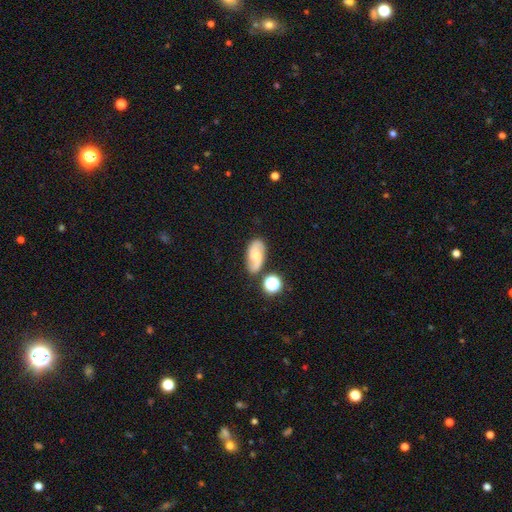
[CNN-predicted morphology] This appears to be a featured or disk galaxy (63%) with no bar (56%), 2 (89%) medium (44%) spiral arms (90%) and a moderate central bulge (55%). Merging: none (73%).